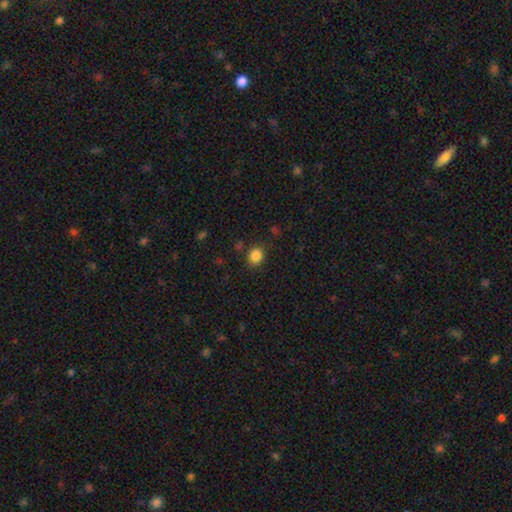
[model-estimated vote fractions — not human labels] Smooth or featured? smooth (85%)
How rounded? round (78%)
Merging? none (83%)